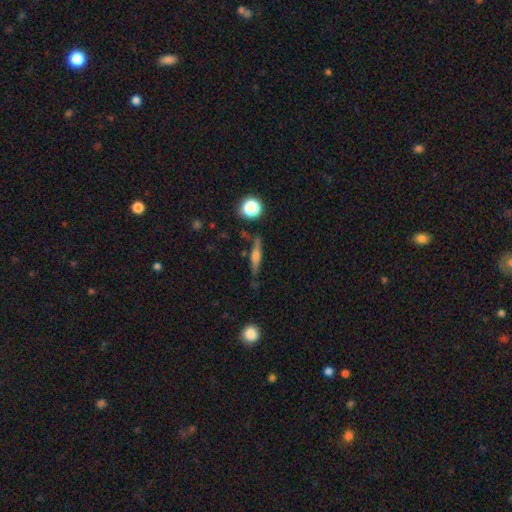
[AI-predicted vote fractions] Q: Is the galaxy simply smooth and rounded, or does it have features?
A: featured or disk — 51%.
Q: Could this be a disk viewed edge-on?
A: yes — 94%.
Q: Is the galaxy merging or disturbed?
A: none — 80%.